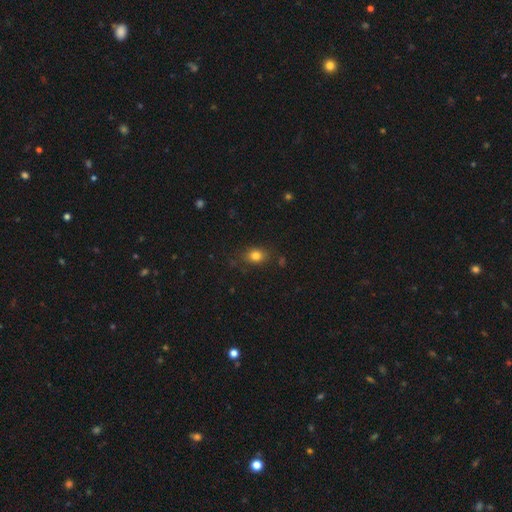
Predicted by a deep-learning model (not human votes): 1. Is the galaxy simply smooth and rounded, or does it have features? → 81% smooth, 12% star or artifact, 7% featured or disk.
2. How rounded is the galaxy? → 57% in between, 42% round, 1% cigar-shaped.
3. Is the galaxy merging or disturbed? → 81% none, 14% minor disturbance, 4% major disturbance, 2% merger.